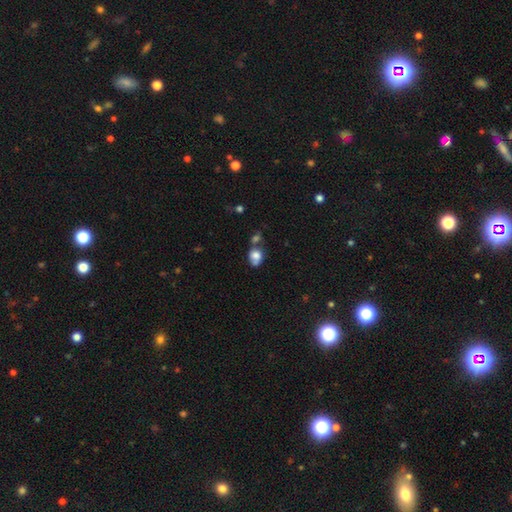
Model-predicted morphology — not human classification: type=smooth (69%); roundness=in between (53%); merging=merger (38%).